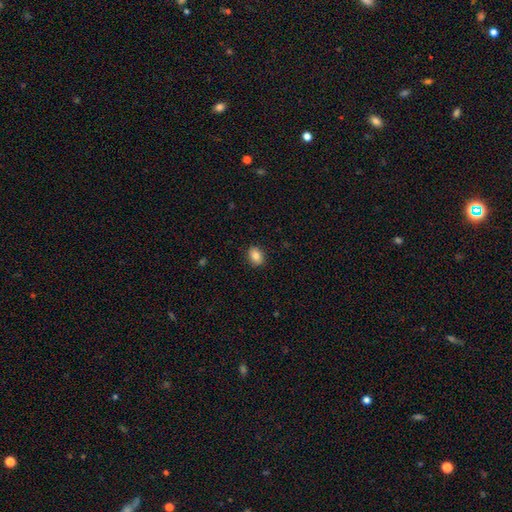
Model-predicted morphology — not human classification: Smooth or featured?
  - smooth: 84% *
  - star or artifact: 9%
  - featured or disk: 7%
How rounded?
  - in between: 63% *
  - round: 36%
  - cigar-shaped: 1%
Merging?
  - none: 89% *
  - minor disturbance: 8%
  - major disturbance: 2%
  - merger: 1%